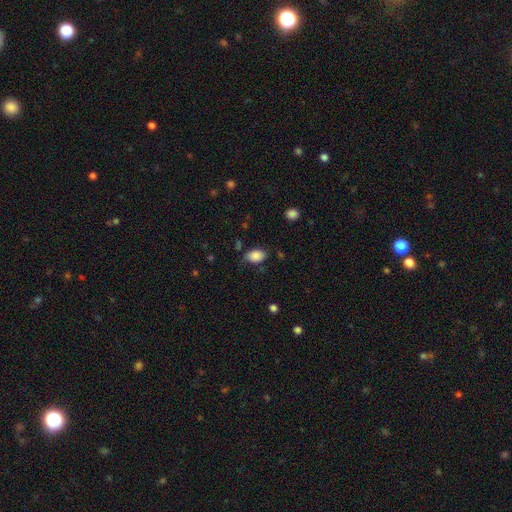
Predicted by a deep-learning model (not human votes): Q: Smooth or featured?
A: smooth (85%); runner-up: star or artifact (8%)
Q: How rounded?
A: in between (88%); runner-up: round (11%)
Q: Merging?
A: none (67%); runner-up: minor disturbance (25%)